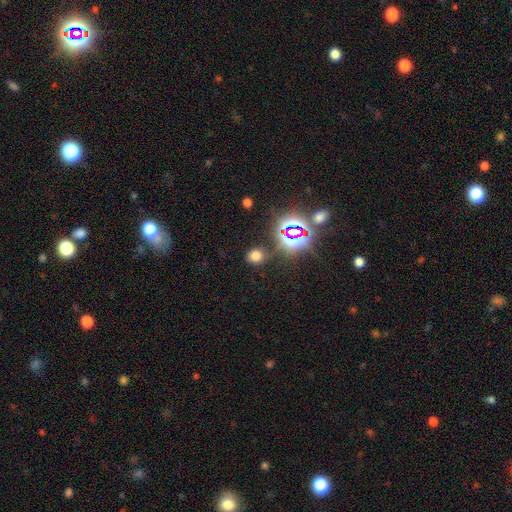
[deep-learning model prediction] Smooth or featured: smooth — 62% (star or artifact — 31%)
How rounded: round — 73% (in between — 25%)
Merging: none — 80% (minor disturbance — 12%)